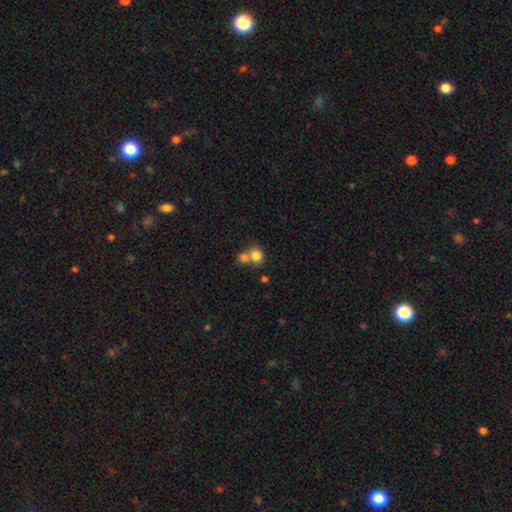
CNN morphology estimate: This appears to be a smooth galaxy with no disk features (80%) that is round (69%). Merging: merger (49%).